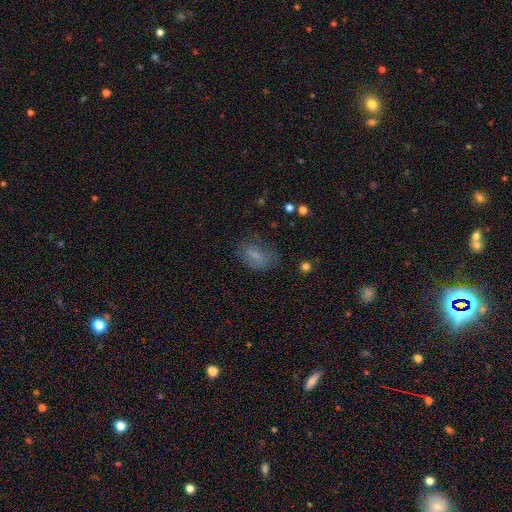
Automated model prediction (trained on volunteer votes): Smooth or featured? Predicted: smooth (p=0.66). How rounded? Predicted: in between (p=0.81). Merging? Predicted: none (p=0.55).